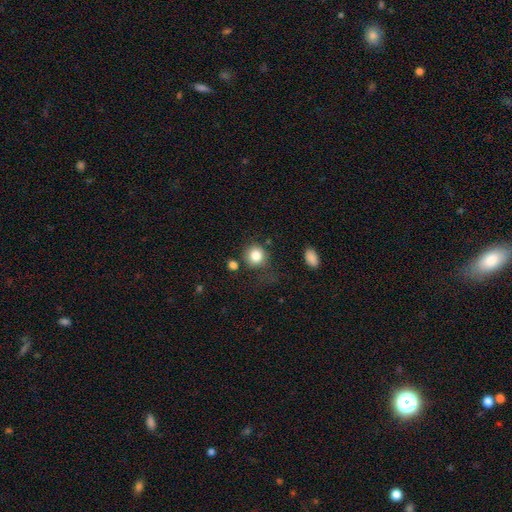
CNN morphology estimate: Overall: smooth (84%). How rounded: round (87%). Merging: none (71%).